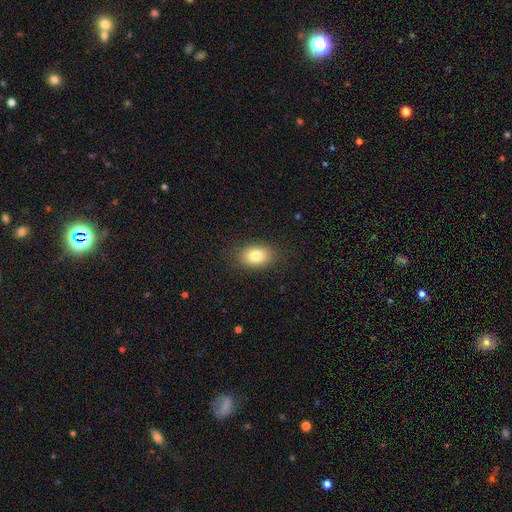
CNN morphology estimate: Q: Smooth or featured?
A: smooth (82%); runner-up: featured or disk (9%)
Q: How rounded?
A: in between (80%); runner-up: round (19%)
Q: Merging?
A: none (86%); runner-up: minor disturbance (10%)